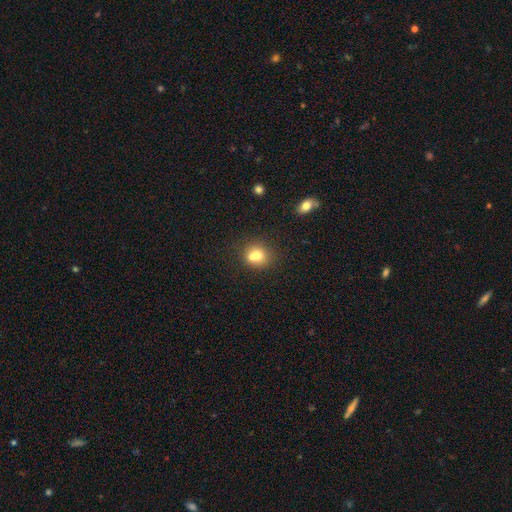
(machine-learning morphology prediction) type=smooth (71%); roundness=round (72%); merging=merger (44%).